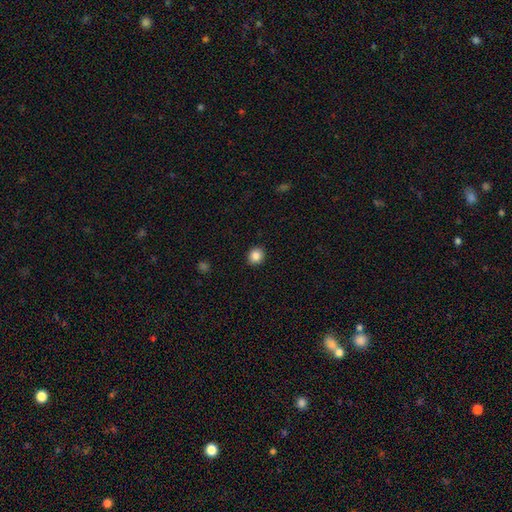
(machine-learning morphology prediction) A smooth galaxy with no disk features (86%) that is round (85%).

Vote fractions:
- Smooth or featured? smooth: 86% / star or artifact: 10% / featured or disk: 4%
- How rounded? round: 85% / in between: 14% / cigar-shaped: 1%
- Merging? none: 91% / minor disturbance: 6% / major disturbance: 2% / merger: 1%